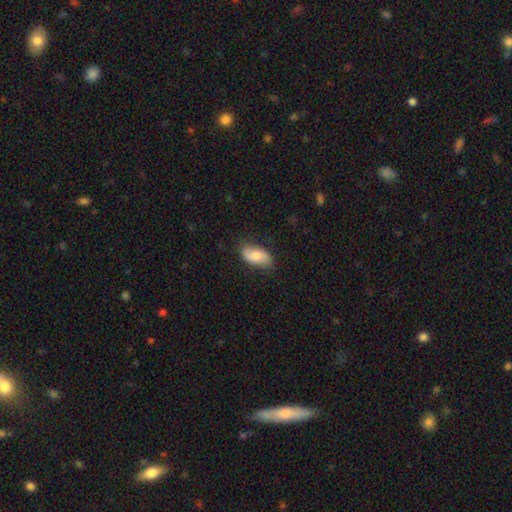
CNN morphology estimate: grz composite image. It shows a smooth galaxy with no disk features (64%) that is in between round and cigar-shaped (91%). Merging: none (79%).